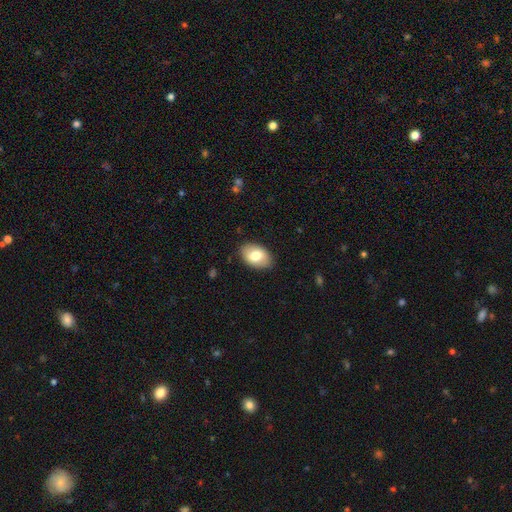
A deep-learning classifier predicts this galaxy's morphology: Smooth or featured? Predicted: smooth (p=0.75). How rounded? Predicted: in between (p=0.90). Merging? Predicted: none (p=0.86).